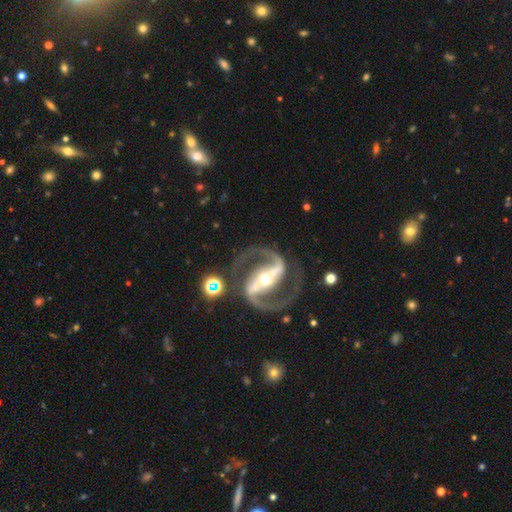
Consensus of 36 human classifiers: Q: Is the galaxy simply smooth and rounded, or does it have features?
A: featured or disk — 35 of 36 (97%).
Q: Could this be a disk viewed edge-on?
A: no — 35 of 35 (100%).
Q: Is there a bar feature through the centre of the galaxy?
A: strong — 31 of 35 (89%).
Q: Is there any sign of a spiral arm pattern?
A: yes — 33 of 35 (94%).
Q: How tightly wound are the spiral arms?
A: medium — 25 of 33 (76%).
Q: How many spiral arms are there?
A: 2 — 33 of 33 (100%).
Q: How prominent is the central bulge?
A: small — 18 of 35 (51%).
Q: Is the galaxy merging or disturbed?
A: none — 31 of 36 (86%).